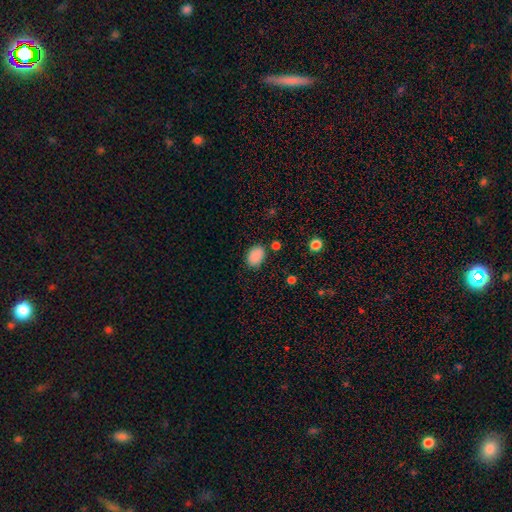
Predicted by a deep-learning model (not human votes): Q: Smooth or featured?
A: smooth (88%); runner-up: star or artifact (9%)
Q: How rounded?
A: in between (82%); runner-up: round (17%)
Q: Merging?
A: none (81%); runner-up: minor disturbance (12%)